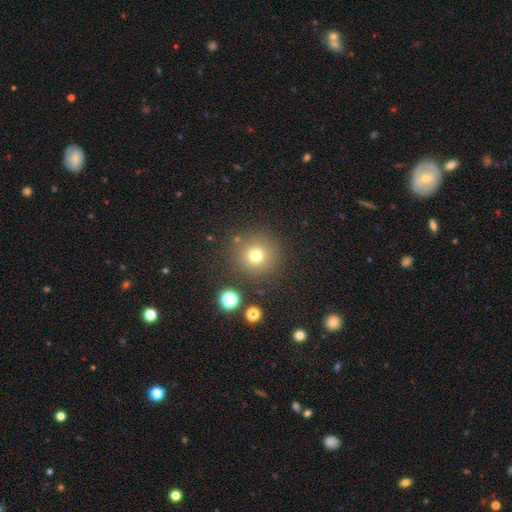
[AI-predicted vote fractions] Morphology: type=smooth (74%); roundness=round (95%); merging=none (85%).